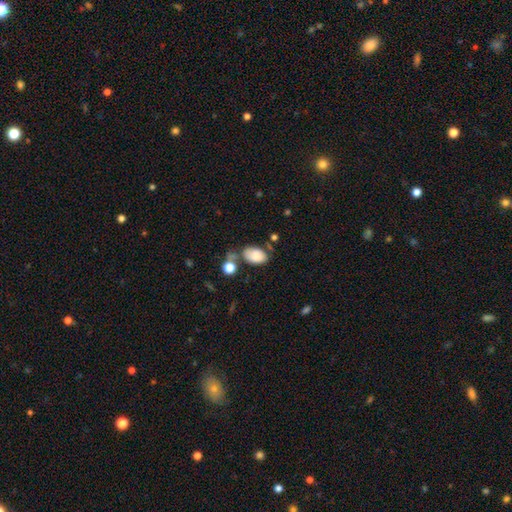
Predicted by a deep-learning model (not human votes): A smooth galaxy with no disk features (81%) that is in between round and cigar-shaped (91%).

Vote fractions:
- Smooth or featured? smooth: 81% / featured or disk: 11% / star or artifact: 8%
- How rounded? in between: 91% / round: 8% / cigar-shaped: 1%
- Merging? none: 50% / minor disturbance: 26% / merger: 14% / major disturbance: 10%